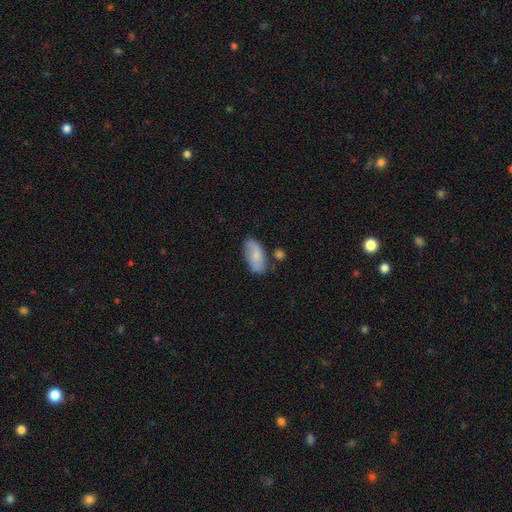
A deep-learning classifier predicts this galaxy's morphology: Smooth or featured?
  - smooth: 72% *
  - featured or disk: 21%
  - star or artifact: 7%
How rounded?
  - in between: 92% *
  - cigar-shaped: 5%
  - round: 3%
Merging?
  - none: 63% *
  - minor disturbance: 24%
  - merger: 7%
  - major disturbance: 6%